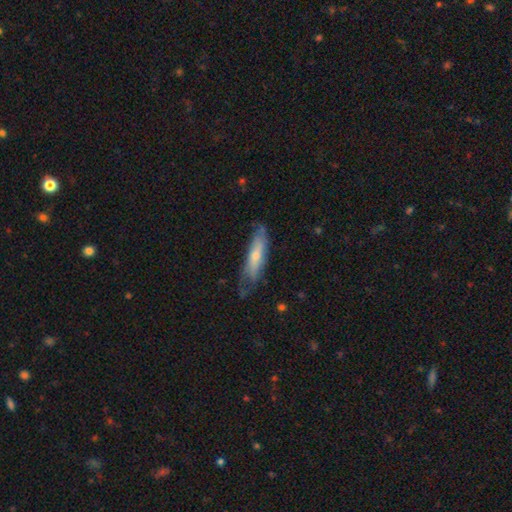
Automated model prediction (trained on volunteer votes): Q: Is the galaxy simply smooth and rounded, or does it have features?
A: smooth — 56%.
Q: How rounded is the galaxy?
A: cigar-shaped — 69%.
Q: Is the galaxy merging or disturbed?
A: none — 59%.